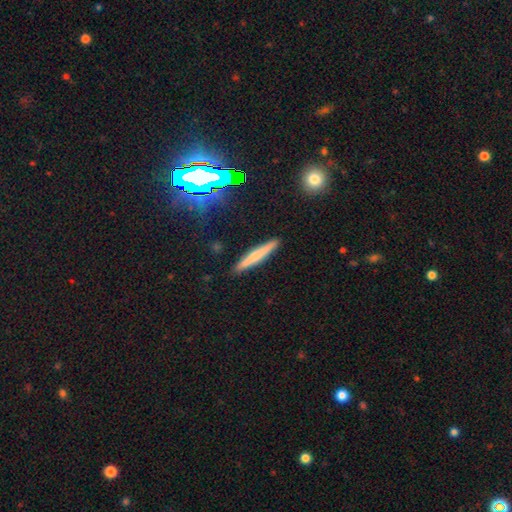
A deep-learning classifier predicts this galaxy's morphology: This appears to be a smooth galaxy with no disk features (64%) that is cigar-shaped (94%). Merging: none (91%).